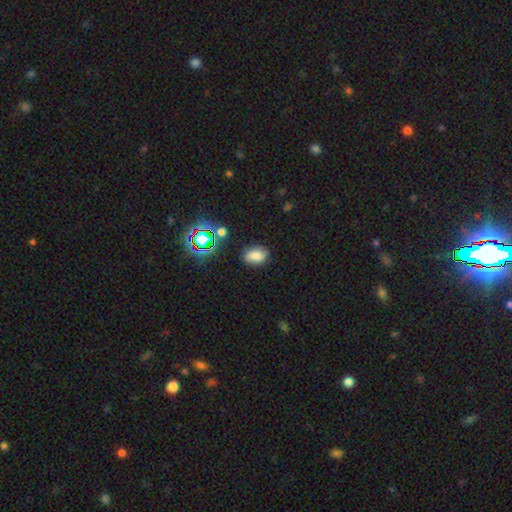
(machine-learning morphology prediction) This appears to be a smooth galaxy with no disk features (73%) that is in between round and cigar-shaped (75%). Merging: none (79%).